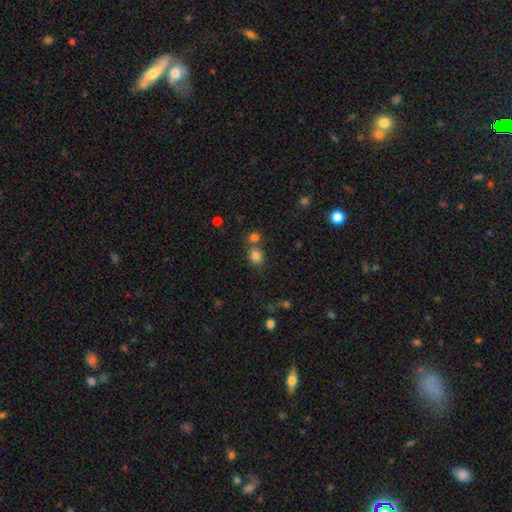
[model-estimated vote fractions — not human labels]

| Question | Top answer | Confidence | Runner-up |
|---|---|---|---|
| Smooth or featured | smooth | 81% | star or artifact (13%) |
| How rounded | round | 69% | in between (30%) |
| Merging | none | 60% | merger (26%) |